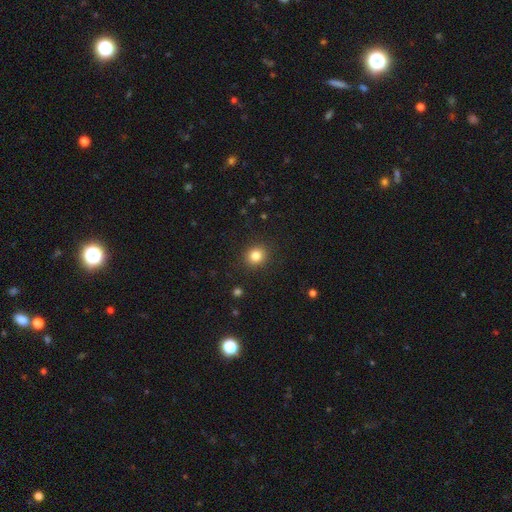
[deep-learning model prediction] The model was most divided on "how rounded": round: 81%, in between: 18%, cigar-shaped: 1%. More confident: merging — none (90%); smooth or featured — smooth (83%).